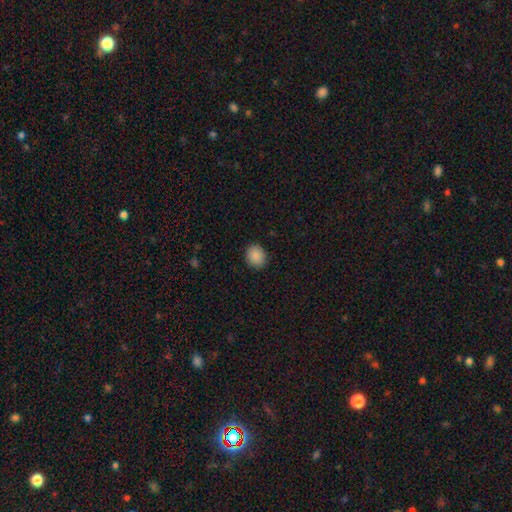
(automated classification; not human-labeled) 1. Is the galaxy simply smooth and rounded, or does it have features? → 89% smooth, 8% star or artifact, 3% featured or disk.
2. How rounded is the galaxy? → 64% round, 35% in between, 1% cigar-shaped.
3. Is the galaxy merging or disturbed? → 89% none, 8% minor disturbance, 2% major disturbance, 1% merger.